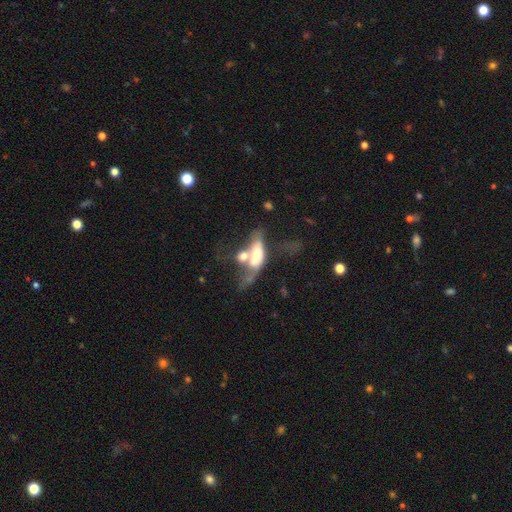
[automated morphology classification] A smooth galaxy with no disk features (48%).

Vote fractions:
- Smooth or featured? smooth: 48% / featured or disk: 43% / star or artifact: 9%
- Merging? merger: 56% / major disturbance: 23% / none: 12% / minor disturbance: 9%